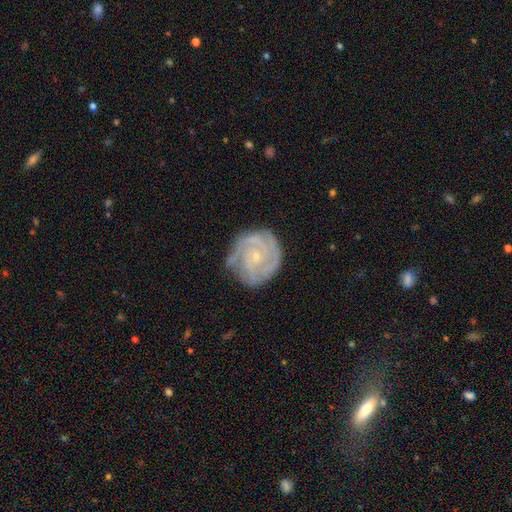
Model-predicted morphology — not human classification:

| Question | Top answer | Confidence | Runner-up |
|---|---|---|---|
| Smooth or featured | featured or disk | 86% | smooth (8%) |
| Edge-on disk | no | 98% | yes (2%) |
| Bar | no | 70% | weak (24%) |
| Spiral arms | yes | 97% | no (3%) |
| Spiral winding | tight | 73% | medium (23%) |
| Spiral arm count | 3 | 39% | 2 (24%) |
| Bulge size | small | 75% | moderate (20%) |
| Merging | none | 76% | minor disturbance (17%) |